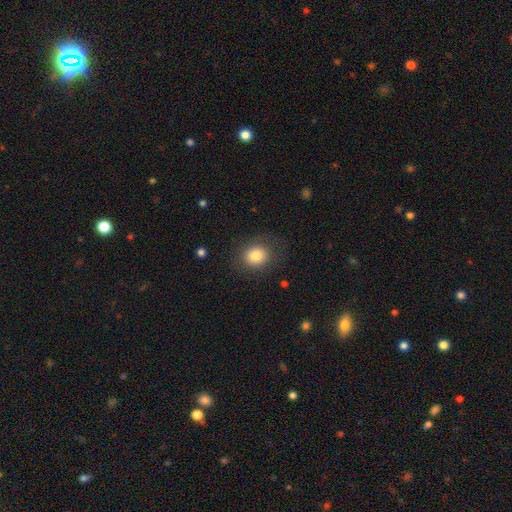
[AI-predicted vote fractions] Smooth or featured: smooth — 81% (star or artifact — 10%)
How rounded: round — 68% (in between — 31%)
Merging: none — 80% (minor disturbance — 13%)